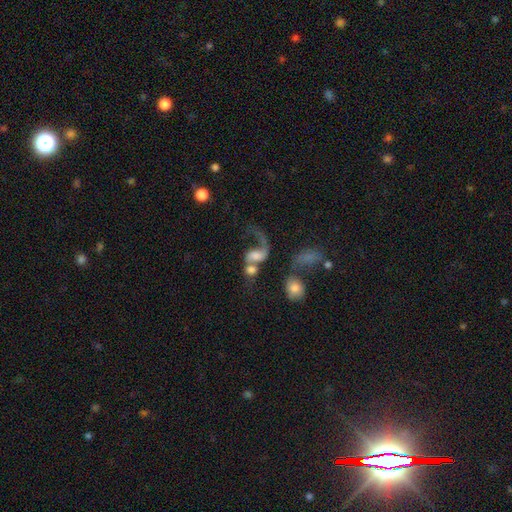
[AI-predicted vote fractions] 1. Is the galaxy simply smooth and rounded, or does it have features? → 57% featured or disk, 32% smooth, 11% star or artifact.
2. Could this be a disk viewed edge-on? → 97% no, 3% yes.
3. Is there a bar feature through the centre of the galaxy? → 61% no, 28% weak, 11% strong.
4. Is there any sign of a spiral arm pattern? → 78% yes, 22% no.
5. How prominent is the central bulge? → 31% moderate, 24% large, 19% none, 19% small, 7% dominant.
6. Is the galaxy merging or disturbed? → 51% merger, 26% major disturbance, 16% none, 8% minor disturbance.